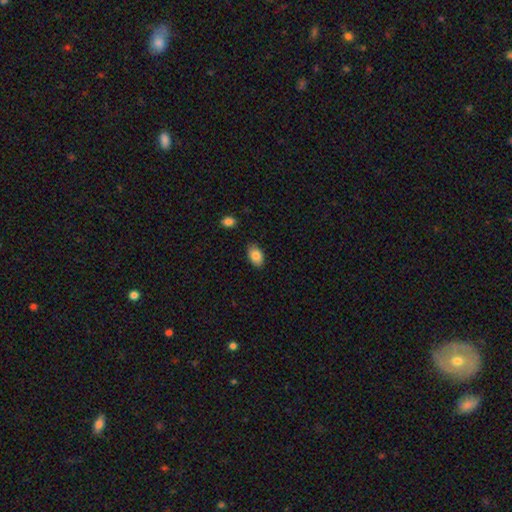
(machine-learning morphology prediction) The model was most divided on "merging": none: 84%, minor disturbance: 12%, major disturbance: 2%, merger: 2%. More confident: how rounded — in between (91%); smooth or featured — smooth (86%).